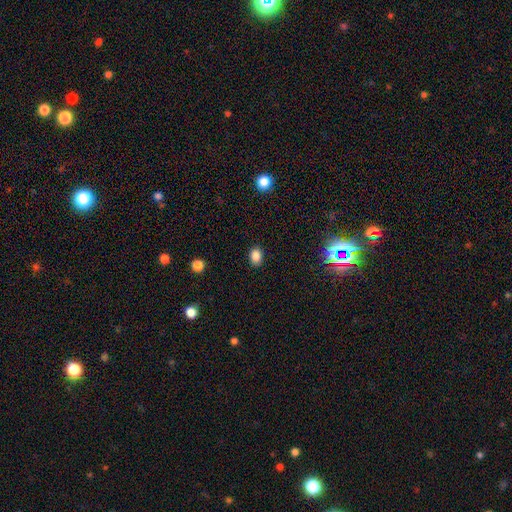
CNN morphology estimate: smooth 84%, star or artifact 12%, featured or disk 4%. Down the decision tree: how rounded — in between (71%); merging — none (88%).